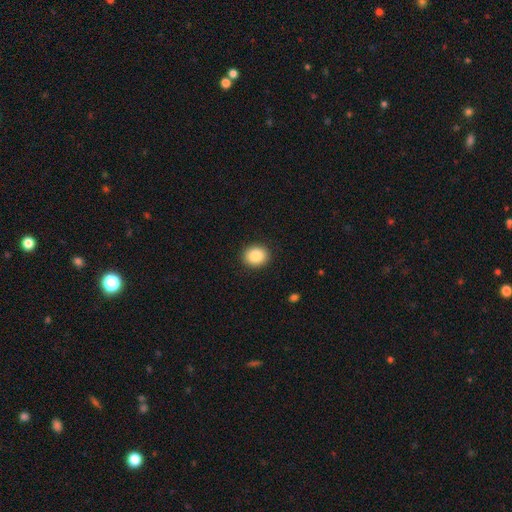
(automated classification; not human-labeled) Smooth or featured?
  - smooth: 87% *
  - star or artifact: 8%
  - featured or disk: 5%
How rounded?
  - round: 70% *
  - in between: 29%
  - cigar-shaped: 1%
Merging?
  - none: 91% *
  - minor disturbance: 6%
  - major disturbance: 2%
  - merger: 1%